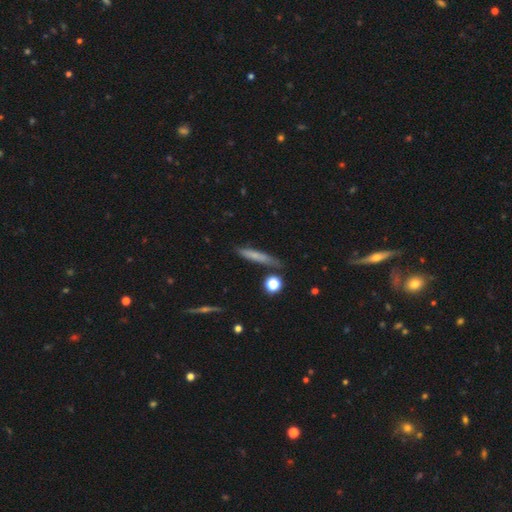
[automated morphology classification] Smooth or featured?
  - smooth: 65% *
  - featured or disk: 26%
  - star or artifact: 9%
How rounded?
  - cigar-shaped: 88% *
  - in between: 9%
  - round: 4%
Merging?
  - none: 76% *
  - minor disturbance: 16%
  - merger: 4%
  - major disturbance: 4%